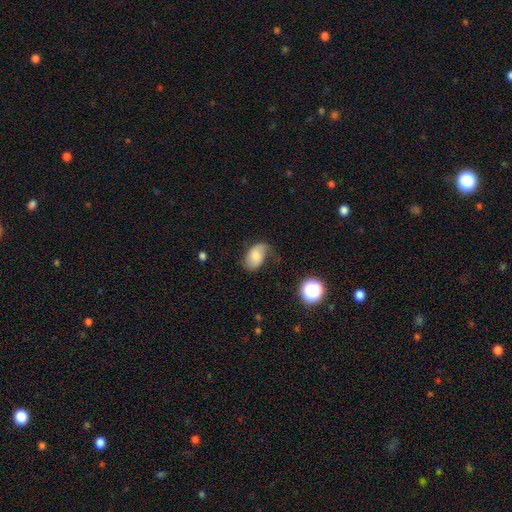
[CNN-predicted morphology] type=smooth (64%); roundness=in between (88%); merging=none (48%).